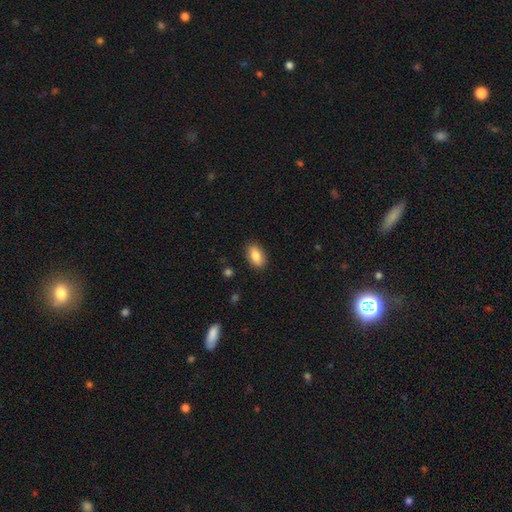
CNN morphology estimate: Smooth or featured?
  - smooth: 82% *
  - featured or disk: 11%
  - star or artifact: 7%
How rounded?
  - in between: 90% *
  - round: 7%
  - cigar-shaped: 3%
Merging?
  - none: 86% *
  - minor disturbance: 10%
  - major disturbance: 2%
  - merger: 1%